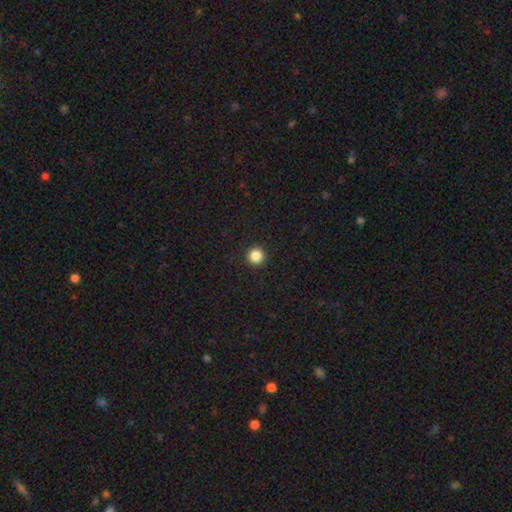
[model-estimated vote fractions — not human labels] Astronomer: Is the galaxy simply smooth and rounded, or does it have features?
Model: smooth — 86%.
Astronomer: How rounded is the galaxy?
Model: round — 96%.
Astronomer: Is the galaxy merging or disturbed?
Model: none — 94%.